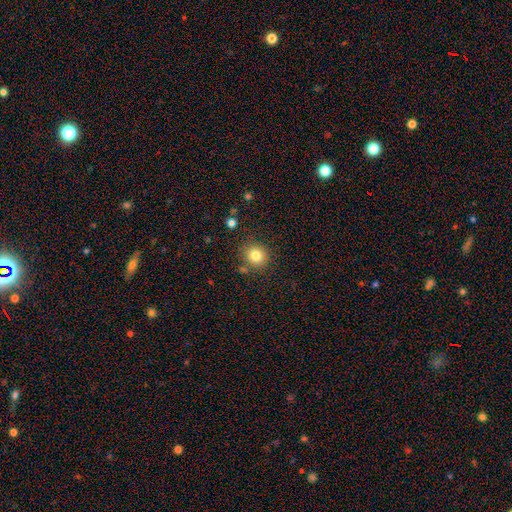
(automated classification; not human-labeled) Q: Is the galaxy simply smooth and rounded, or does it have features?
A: smooth — 81%.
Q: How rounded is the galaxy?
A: round — 86%.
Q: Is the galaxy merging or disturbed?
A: none — 84%.